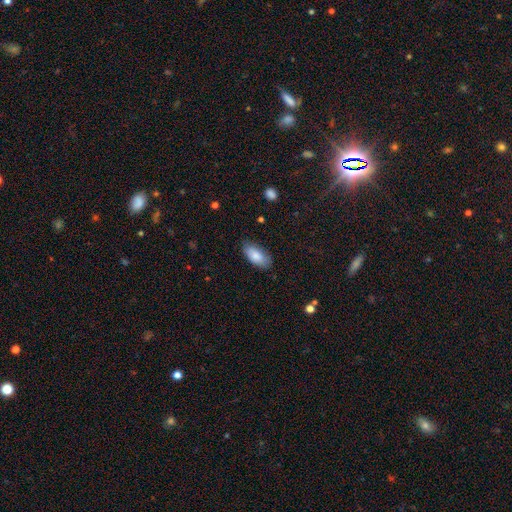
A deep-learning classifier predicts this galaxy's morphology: Overall: smooth (84%). How rounded: in between (92%). Merging: none (80%).